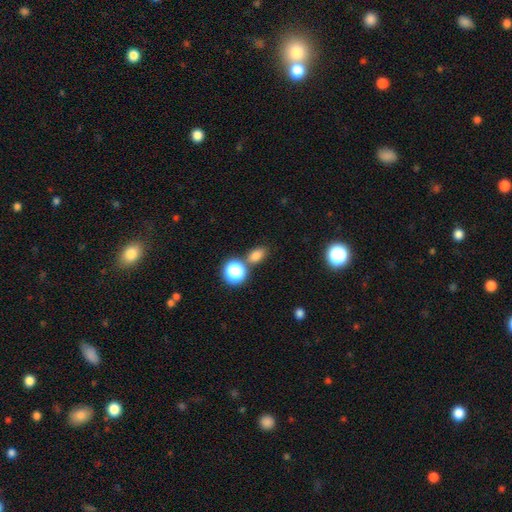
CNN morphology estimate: smooth-or-featured: smooth: 76% | star or artifact: 18% | featured or disk: 6%
  how-rounded: in between: 73% | round: 25% | cigar-shaped: 2%
  merging: none: 72% | merger: 13% | minor disturbance: 12% | major disturbance: 4%